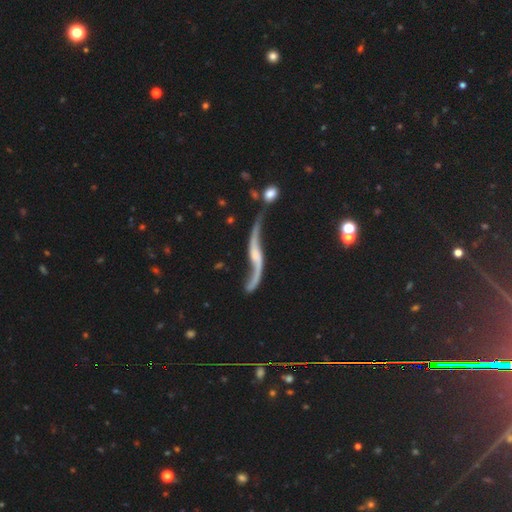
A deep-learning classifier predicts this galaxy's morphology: A featured or disk galaxy (87%) with no bar (52%), 2 (93%) loose (94%) spiral arms (94%) and a small central bulge (46%). Merging: none (51%).